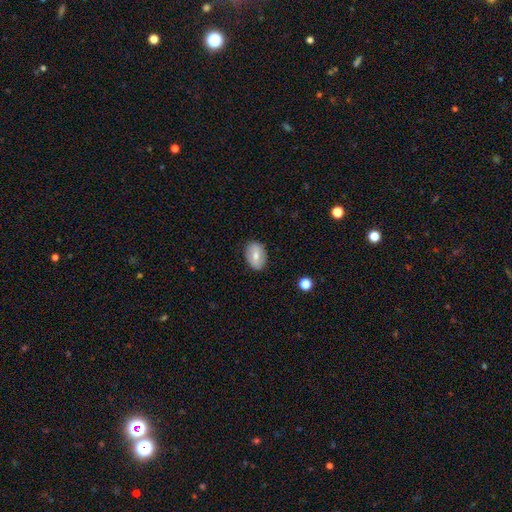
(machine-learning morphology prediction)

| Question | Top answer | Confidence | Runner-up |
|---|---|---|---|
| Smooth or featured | smooth | 66% | featured or disk (27%) |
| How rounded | in between | 79% | round (20%) |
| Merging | none | 85% | minor disturbance (11%) |